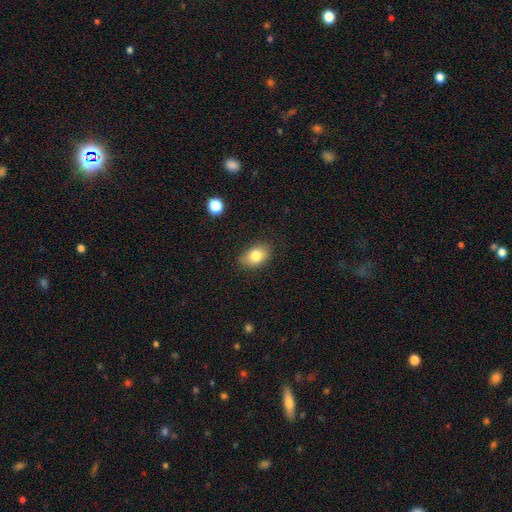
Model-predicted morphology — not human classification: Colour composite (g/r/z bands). It shows a smooth galaxy with no disk features (81%) that is in between round and cigar-shaped (80%). Merging: none (80%).